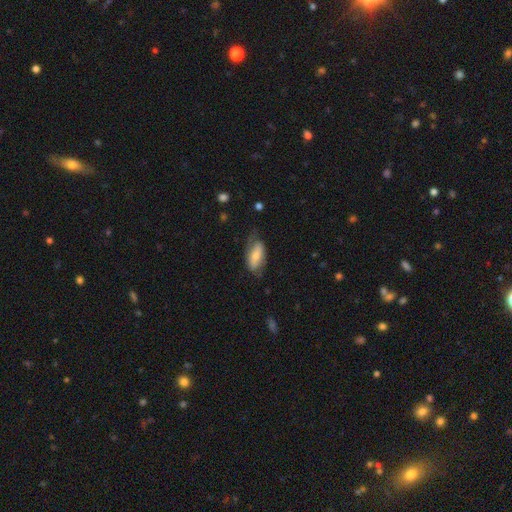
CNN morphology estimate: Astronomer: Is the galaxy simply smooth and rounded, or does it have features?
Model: smooth — 59% (runner-up: featured or disk, 35%).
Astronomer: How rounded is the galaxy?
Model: in between — 87%.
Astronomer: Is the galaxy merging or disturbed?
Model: none — 55% (runner-up: minor disturbance, 30%).